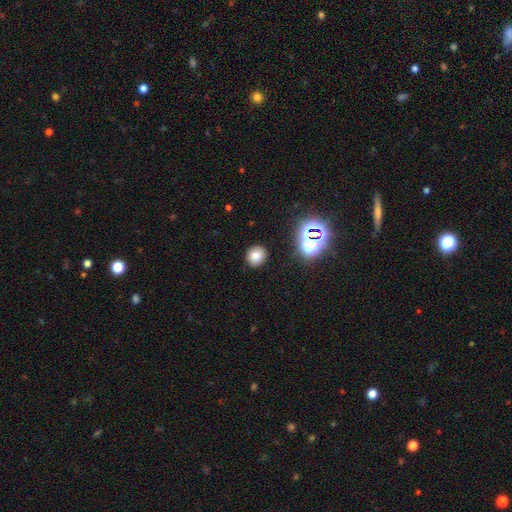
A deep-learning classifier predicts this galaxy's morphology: This is likely a smooth galaxy (76%). How rounded: likely round (76%). Merging: clearly none (88%).